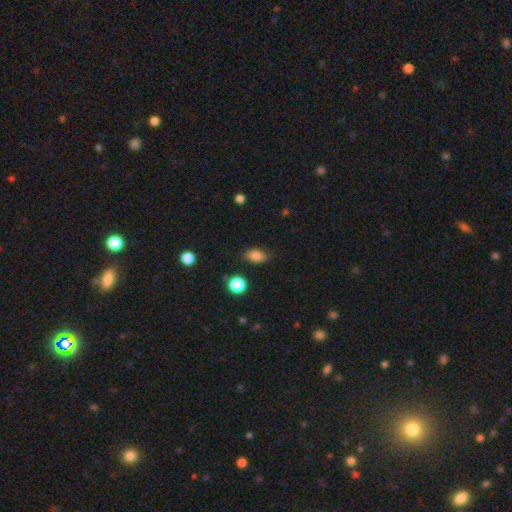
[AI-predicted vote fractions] This appears to be a smooth galaxy with no disk features (83%) that is in between round and cigar-shaped (85%). Merging: none (82%).